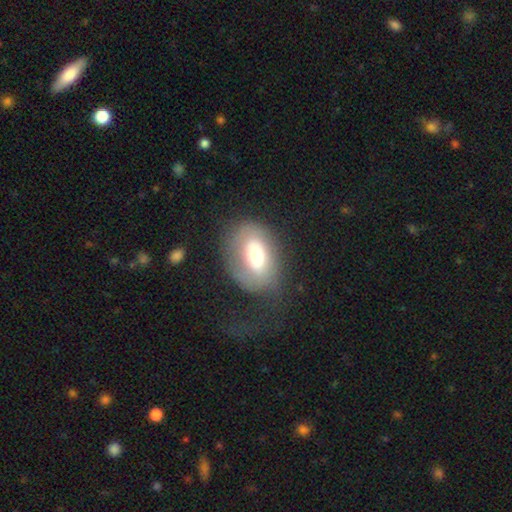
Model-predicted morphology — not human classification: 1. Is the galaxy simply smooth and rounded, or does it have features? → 61% smooth, 31% featured or disk, 8% star or artifact.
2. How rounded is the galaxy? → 84% in between, 15% round, 2% cigar-shaped.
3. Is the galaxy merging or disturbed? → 43% none, 32% major disturbance, 23% minor disturbance, 2% merger.